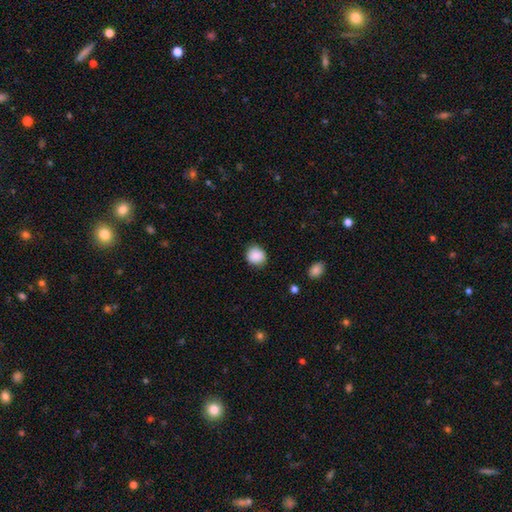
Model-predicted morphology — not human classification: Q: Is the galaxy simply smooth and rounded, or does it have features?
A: smooth — 87%.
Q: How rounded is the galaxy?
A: round — 85%.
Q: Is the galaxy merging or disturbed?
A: none — 85%.